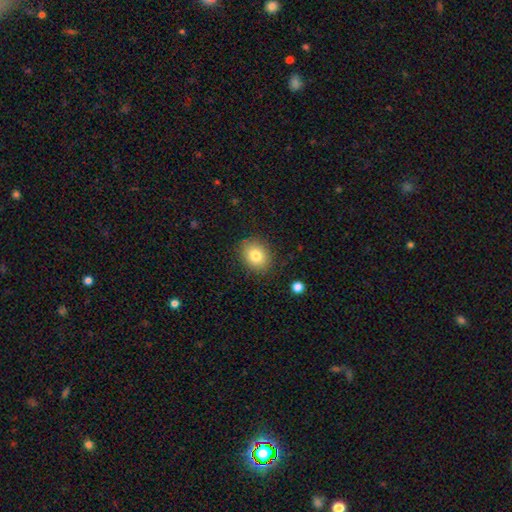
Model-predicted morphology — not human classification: Smooth or featured?
  - smooth: 81% *
  - star or artifact: 10%
  - featured or disk: 9%
How rounded?
  - round: 59% *
  - in between: 40%
  - cigar-shaped: 1%
Merging?
  - none: 87% *
  - minor disturbance: 9%
  - major disturbance: 3%
  - merger: 1%